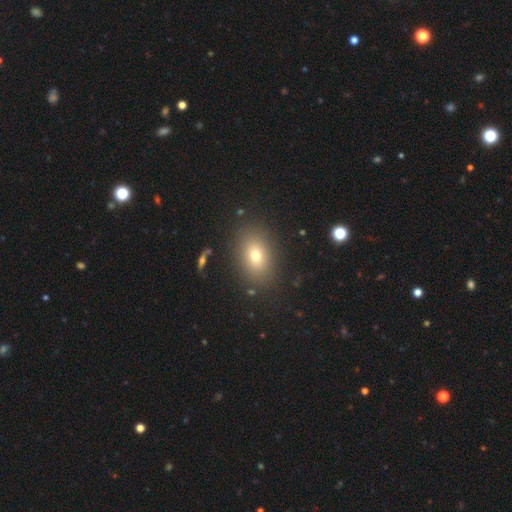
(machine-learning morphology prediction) Smooth or featured?
  - smooth: 72% *
  - featured or disk: 14%
  - star or artifact: 14%
How rounded?
  - in between: 75% *
  - round: 23%
  - cigar-shaped: 2%
Merging?
  - none: 85% *
  - minor disturbance: 9%
  - major disturbance: 4%
  - merger: 2%